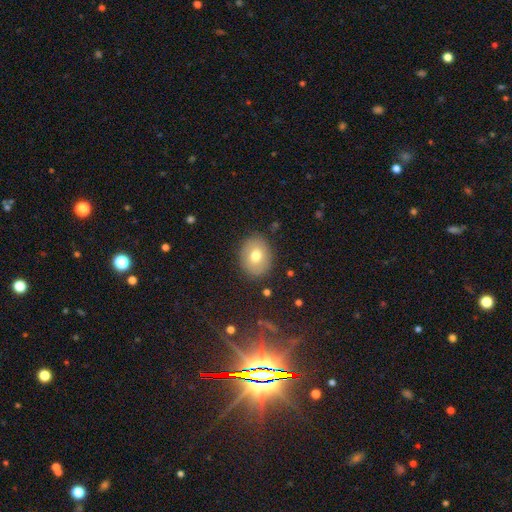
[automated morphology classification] A smooth galaxy with no disk features (71%) that is in between round and cigar-shaped (53%). Merging: none (85%).